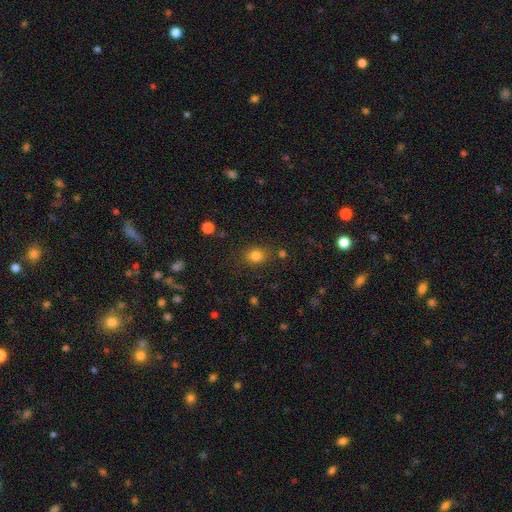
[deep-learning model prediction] This appears to be a smooth galaxy with no disk features (82%) that is round (58%). Merging: none (79%).